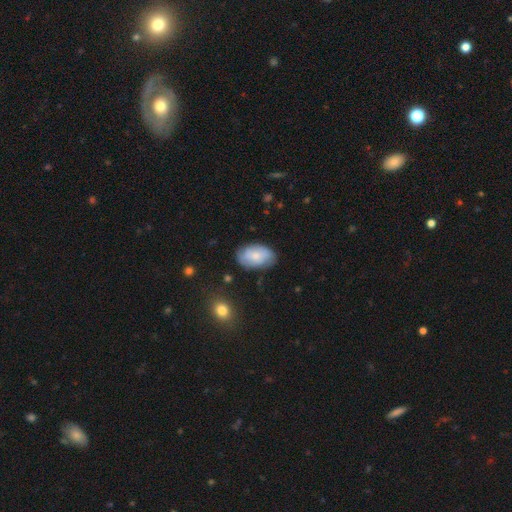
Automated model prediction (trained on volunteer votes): A smooth galaxy with no disk features (59%) that is in between round and cigar-shaped (91%).

Vote fractions:
- Smooth or featured? smooth: 59% / featured or disk: 34% / star or artifact: 7%
- How rounded? in between: 91% / round: 7% / cigar-shaped: 1%
- Merging? none: 74% / minor disturbance: 20% / major disturbance: 5% / merger: 2%